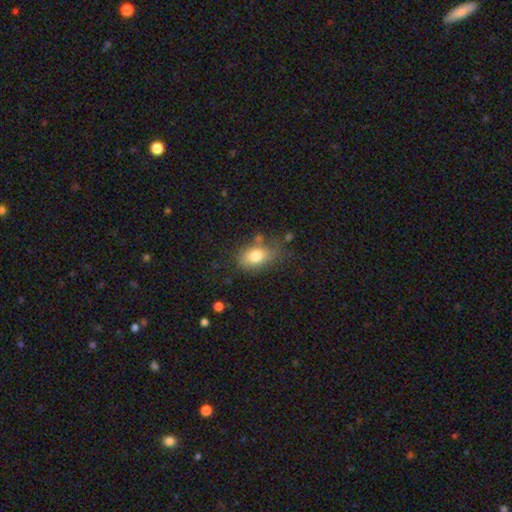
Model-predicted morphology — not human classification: type=smooth (79%); roundness=in between (82%); merging=none (61%).